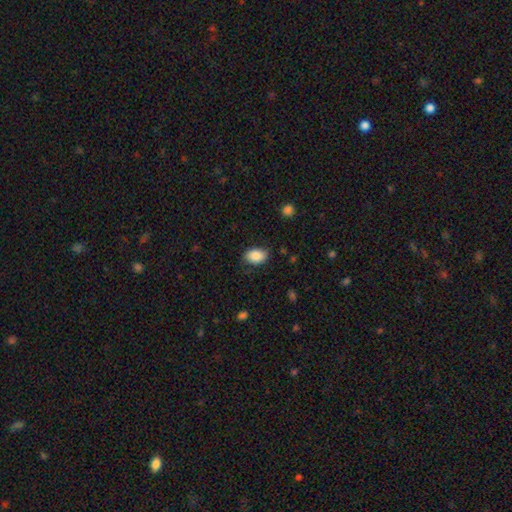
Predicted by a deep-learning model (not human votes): smooth_or_featured: smooth (p=0.85) [alt: star or artifact p=0.07]
how_rounded: in between (p=0.85) [alt: round p=0.13]
merging: none (p=0.80) [alt: minor disturbance p=0.16]